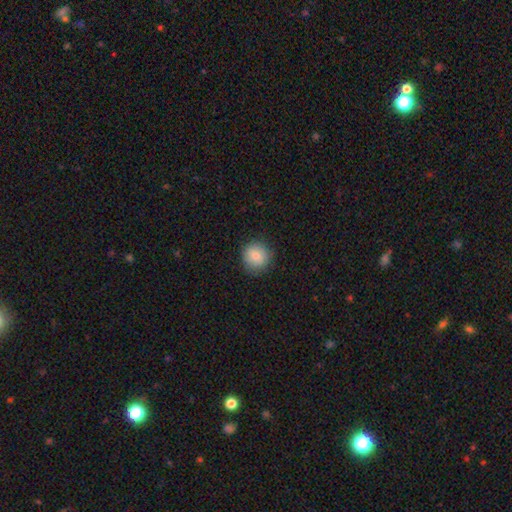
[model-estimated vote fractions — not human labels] This appears to be a smooth galaxy with no disk features (80%) that is round (93%). Merging: none (87%).